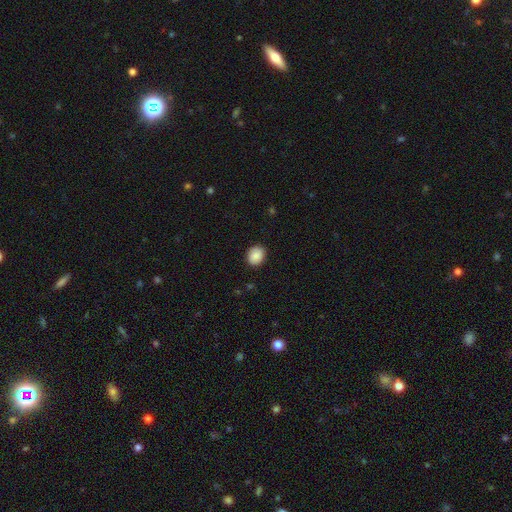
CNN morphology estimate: Smooth or featured: smooth — 89% (star or artifact — 7%)
How rounded: round — 59% (in between — 40%)
Merging: none — 88% (minor disturbance — 9%)